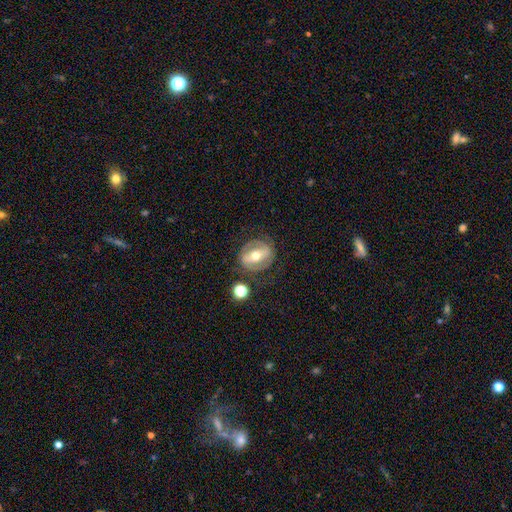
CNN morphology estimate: smooth_or_featured: featured or disk (p=0.71) [alt: smooth p=0.22]
disk_edge_on: no (p=0.94) [alt: yes p=0.06]
bar: strong (p=0.59) [alt: weak p=0.25]
has_spiral_arms: yes (p=0.61) [alt: no p=0.39]
bulge_size: moderate (p=0.71) [alt: small p=0.23]
merging: none (p=0.74) [alt: minor disturbance p=0.14]